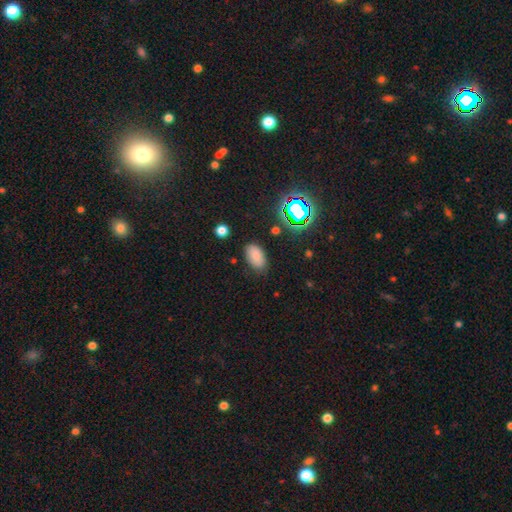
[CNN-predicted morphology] This appears to be a smooth galaxy with no disk features (79%) that is in between round and cigar-shaped (93%). Merging: none (80%).